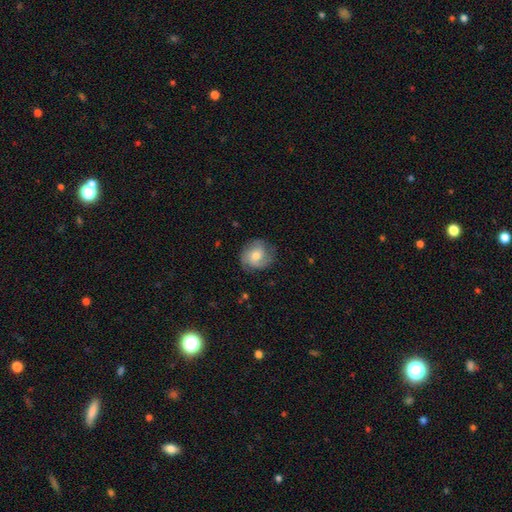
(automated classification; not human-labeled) Smooth or featured?
  - featured or disk: 51% *
  - smooth: 41%
  - star or artifact: 7%
Edge-on disk?
  - no: 97% *
  - yes: 3%
Merging?
  - none: 73% *
  - minor disturbance: 19%
  - major disturbance: 7%
  - merger: 1%